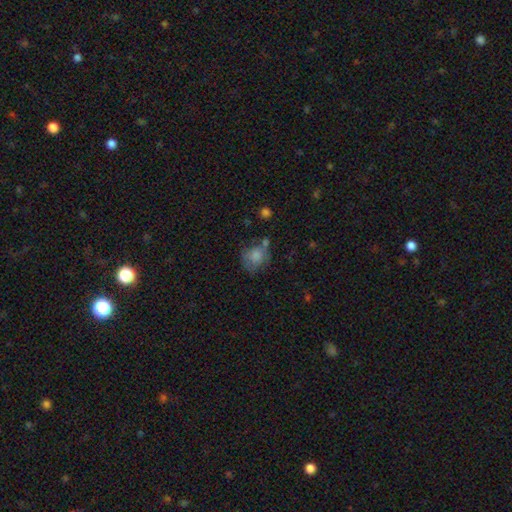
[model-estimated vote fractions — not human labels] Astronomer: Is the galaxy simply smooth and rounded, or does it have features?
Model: smooth — 73%.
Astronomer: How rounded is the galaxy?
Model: round — 66%.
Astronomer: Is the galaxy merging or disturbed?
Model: none — 45% (runner-up: minor disturbance, 26%).